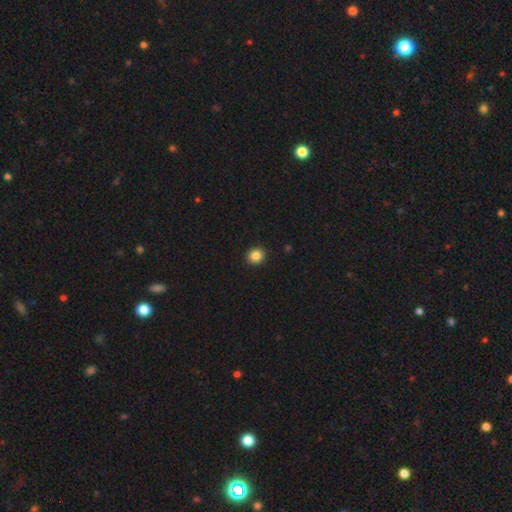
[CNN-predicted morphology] Overall: smooth (85%). How rounded: round (85%). Merging: none (93%).